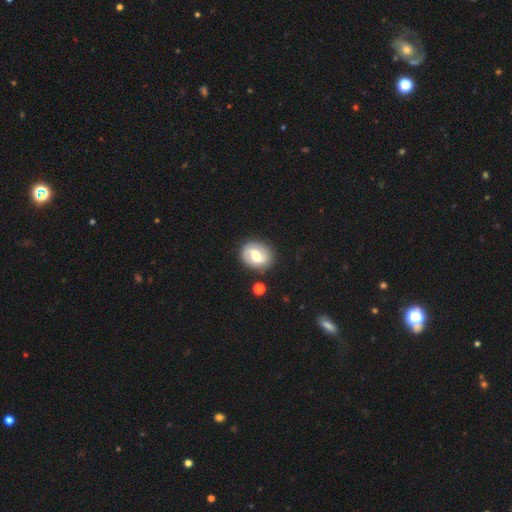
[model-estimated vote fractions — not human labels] Morphology: type=featured or disk (62%); edge-on=no (97%); bar=weak (48%); spiral arms=yes (75%); bulge=moderate (66%); merging=none (82%).